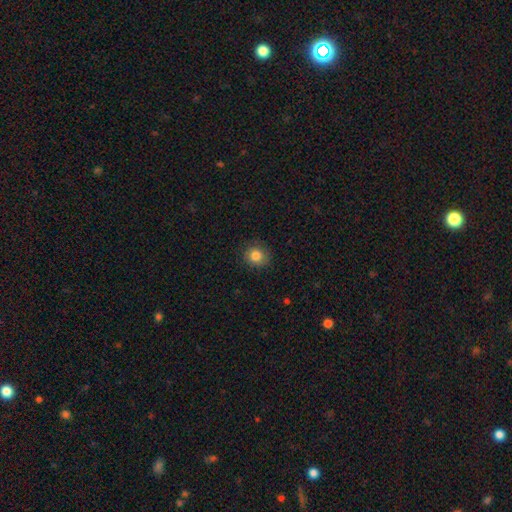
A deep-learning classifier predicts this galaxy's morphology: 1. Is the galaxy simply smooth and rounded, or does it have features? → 82% smooth, 11% star or artifact, 6% featured or disk.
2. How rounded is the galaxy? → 87% round, 12% in between, 1% cigar-shaped.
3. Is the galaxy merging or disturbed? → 89% none, 7% minor disturbance, 2% major disturbance, 1% merger.